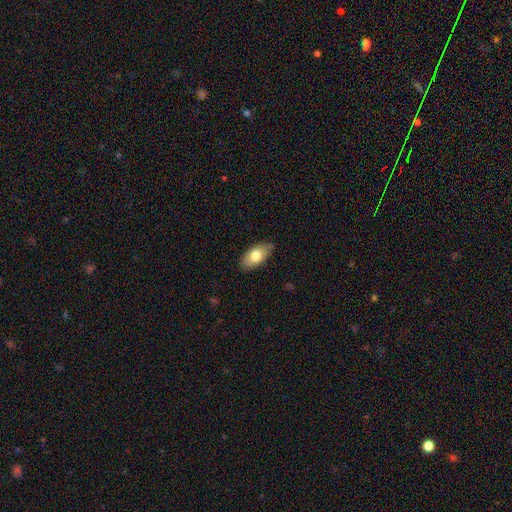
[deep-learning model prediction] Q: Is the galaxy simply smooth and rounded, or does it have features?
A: smooth — 74%.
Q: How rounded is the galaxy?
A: in between — 92%.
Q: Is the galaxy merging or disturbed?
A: none — 84%.